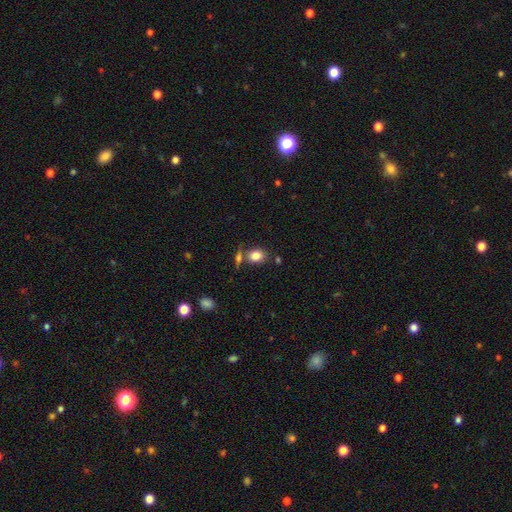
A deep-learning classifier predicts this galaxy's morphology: Smooth or featured: smooth — 82% (star or artifact — 10%)
How rounded: in between — 55% (round — 43%)
Merging: none — 64% (merger — 19%)